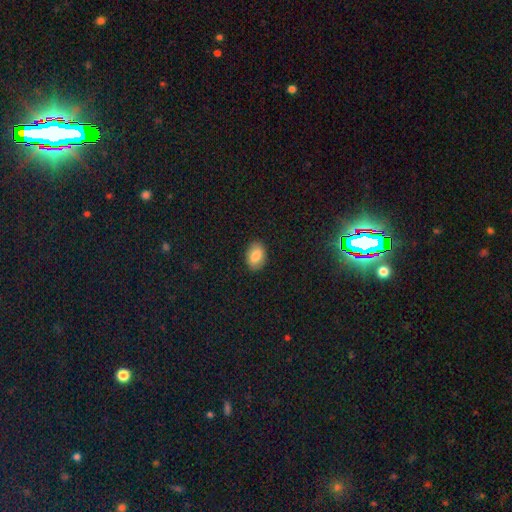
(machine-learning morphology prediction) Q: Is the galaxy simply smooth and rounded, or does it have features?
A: smooth — 83%.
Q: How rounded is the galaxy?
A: in between — 82%.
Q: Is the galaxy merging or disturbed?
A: none — 89%.